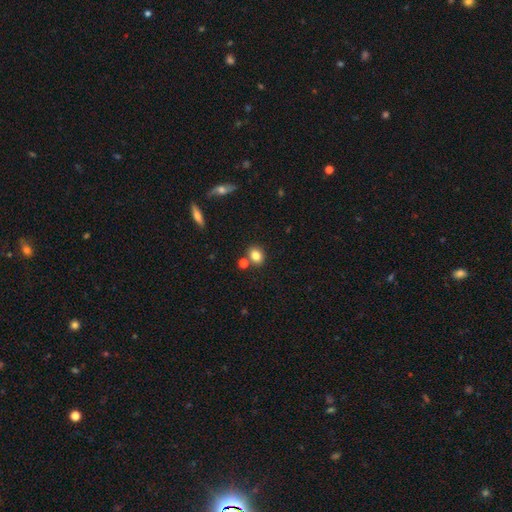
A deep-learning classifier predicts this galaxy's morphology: Smooth or featured?
  - smooth: 81% *
  - star or artifact: 11%
  - featured or disk: 8%
How rounded?
  - round: 54% *
  - in between: 45%
  - cigar-shaped: 1%
Merging?
  - none: 73% *
  - merger: 14%
  - minor disturbance: 10%
  - major disturbance: 3%